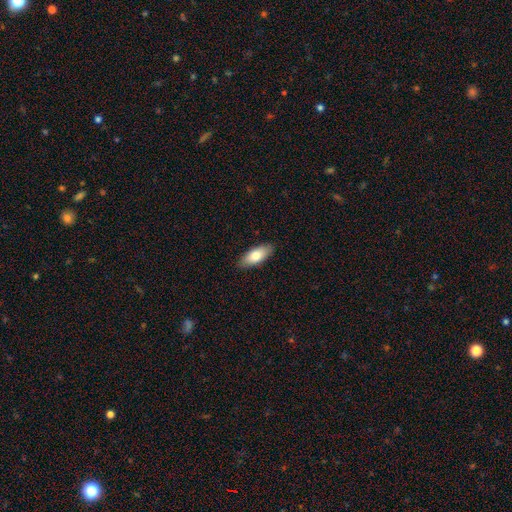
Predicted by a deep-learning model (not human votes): This appears to be a smooth galaxy with no disk features (78%) that is in between round and cigar-shaped (82%). Merging: none (88%).